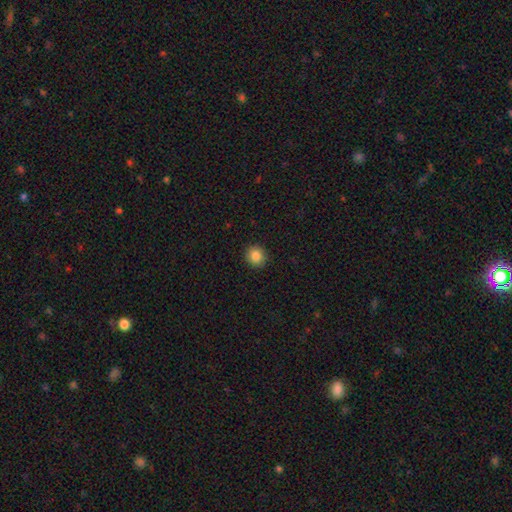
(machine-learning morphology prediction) smooth-or-featured: smooth: 85% | star or artifact: 10% | featured or disk: 5%
  how-rounded: round: 86% | in between: 13% | cigar-shaped: 1%
  merging: none: 92% | minor disturbance: 5% | major disturbance: 2% | merger: 1%